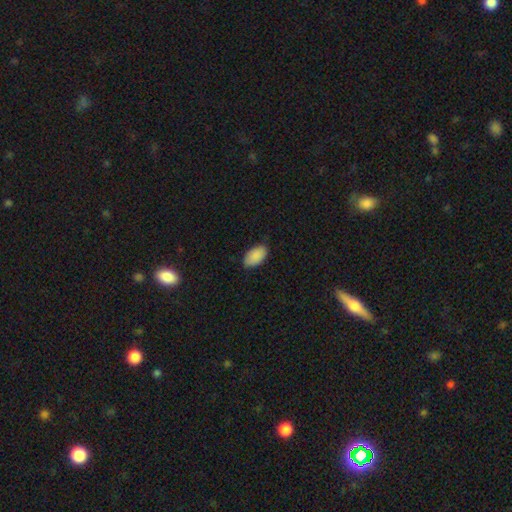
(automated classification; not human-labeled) A smooth galaxy with no disk features (89%) that is in between round and cigar-shaped (95%).

Vote fractions:
- Smooth or featured? smooth: 89% / star or artifact: 7% / featured or disk: 4%
- How rounded? in between: 95% / round: 4% / cigar-shaped: 2%
- Merging? none: 80% / minor disturbance: 17% / major disturbance: 2% / merger: 1%